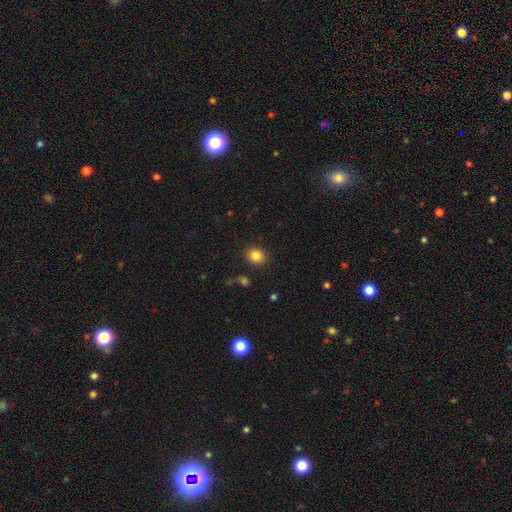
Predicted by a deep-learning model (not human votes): A smooth galaxy with no disk features (84%) that is round (70%).

Vote fractions:
- Smooth or featured? smooth: 84% / star or artifact: 11% / featured or disk: 5%
- How rounded? round: 70% / in between: 29% / cigar-shaped: 1%
- Merging? none: 87% / minor disturbance: 8% / major disturbance: 3% / merger: 2%